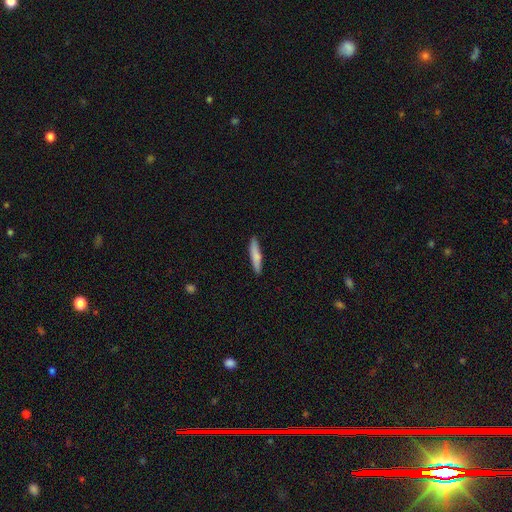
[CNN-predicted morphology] The model was most divided on "smooth or featured": smooth: 76%, featured or disk: 19%, star or artifact: 5%. More confident: how rounded — cigar-shaped (89%); merging — none (89%).